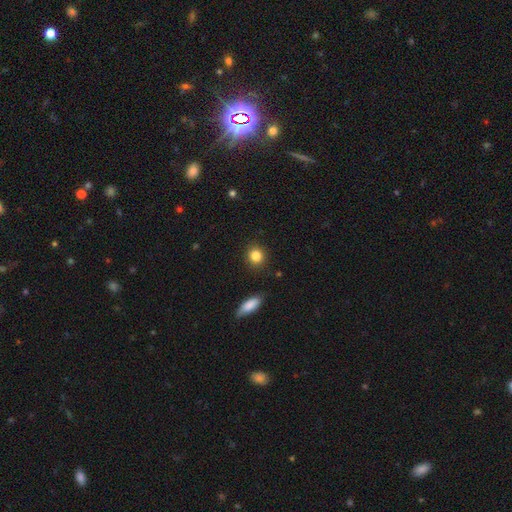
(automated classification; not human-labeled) Smooth or featured? smooth (84%)
How rounded? round (82%)
Merging? none (89%)